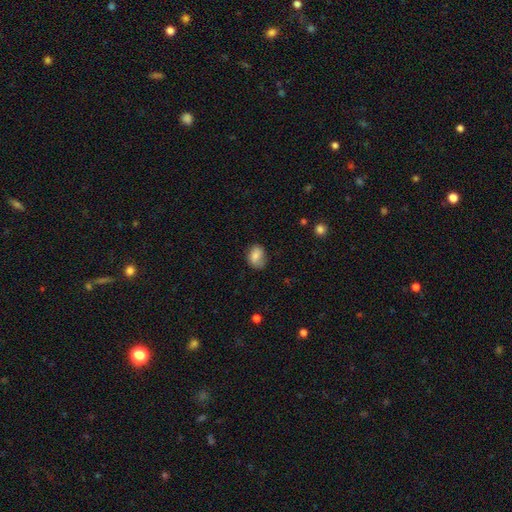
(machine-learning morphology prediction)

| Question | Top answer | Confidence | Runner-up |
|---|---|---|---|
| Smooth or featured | smooth | 80% | featured or disk (12%) |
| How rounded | in between | 69% | round (30%) |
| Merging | none | 66% | minor disturbance (26%) |